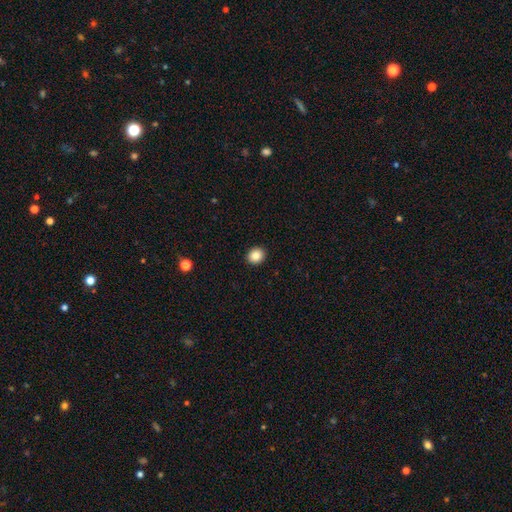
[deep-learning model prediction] Morphology: type=smooth (86%); roundness=round (72%); merging=none (93%).